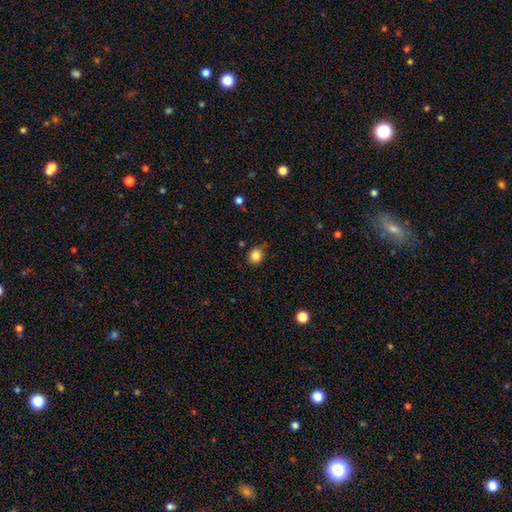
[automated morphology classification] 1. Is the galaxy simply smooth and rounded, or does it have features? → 85% smooth, 11% star or artifact, 4% featured or disk.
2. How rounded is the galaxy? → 80% round, 19% in between, 1% cigar-shaped.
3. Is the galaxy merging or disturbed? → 79% none, 15% minor disturbance, 3% major disturbance, 3% merger.